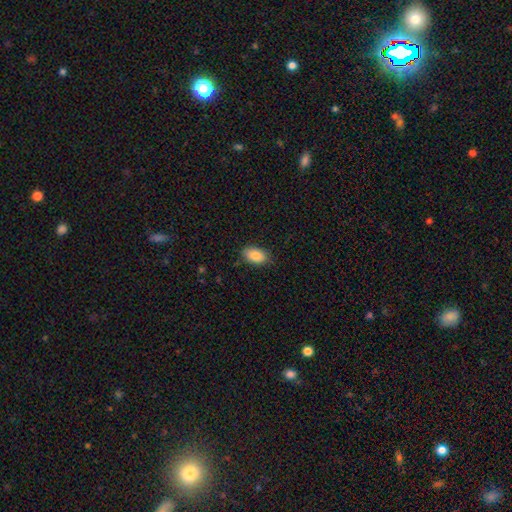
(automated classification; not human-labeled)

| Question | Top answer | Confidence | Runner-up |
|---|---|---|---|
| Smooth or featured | smooth | 85% | featured or disk (8%) |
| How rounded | in between | 92% | round (6%) |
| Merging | none | 84% | minor disturbance (13%) |